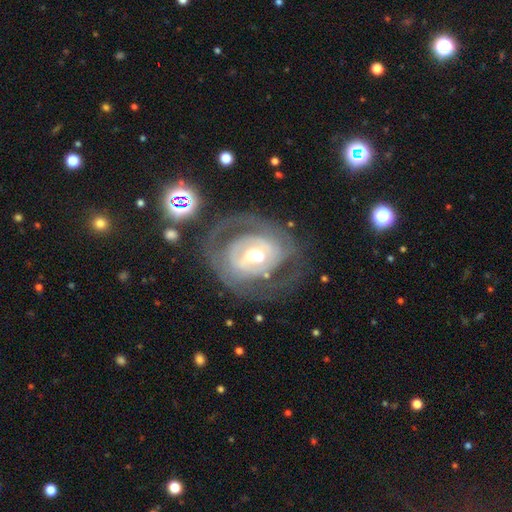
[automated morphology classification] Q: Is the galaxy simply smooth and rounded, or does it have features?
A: featured or disk — 82%.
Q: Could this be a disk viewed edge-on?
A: no — 97%.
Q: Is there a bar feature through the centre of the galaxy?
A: weak — 42%.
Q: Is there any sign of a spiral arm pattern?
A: yes — 80%.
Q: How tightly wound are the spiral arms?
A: tight — 57%.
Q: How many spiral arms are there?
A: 2 — 38%.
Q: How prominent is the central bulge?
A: moderate — 57%.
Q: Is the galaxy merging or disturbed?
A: none — 55%.